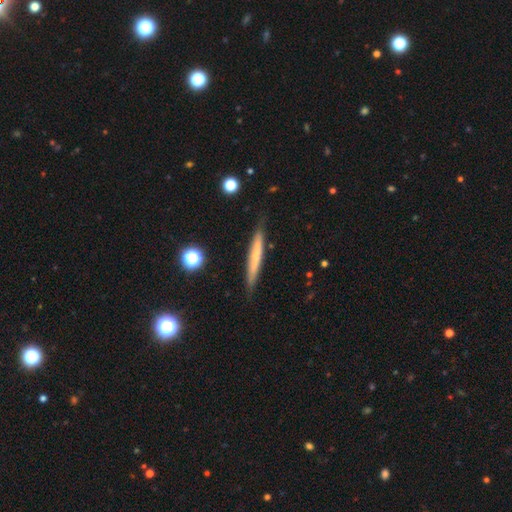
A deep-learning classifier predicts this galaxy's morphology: Smooth or featured?
  - smooth: 54% *
  - featured or disk: 39%
  - star or artifact: 7%
How rounded?
  - cigar-shaped: 95% *
  - in between: 3%
  - round: 1%
Merging?
  - none: 86% *
  - minor disturbance: 11%
  - major disturbance: 2%
  - merger: 2%